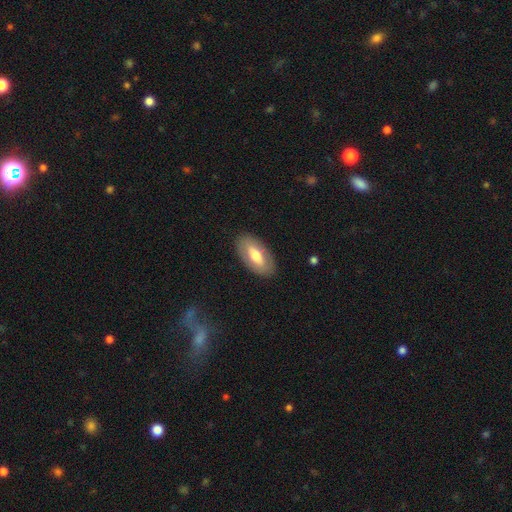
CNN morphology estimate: The model was most divided on "smooth or featured": smooth: 59%, featured or disk: 35%, star or artifact: 6%. More confident: how rounded — in between (92%); merging — none (87%).